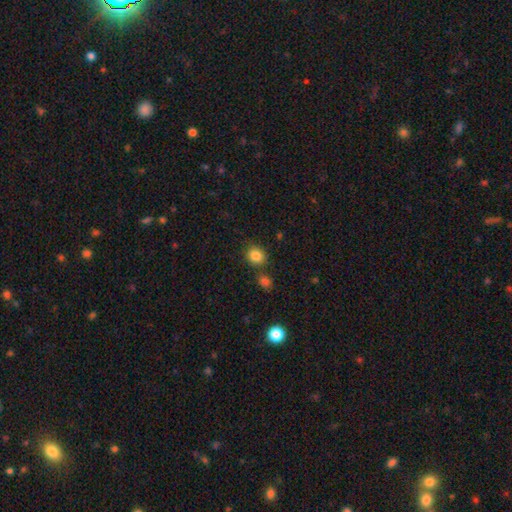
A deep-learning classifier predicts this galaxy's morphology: Smooth or featured: smooth — 84% (star or artifact — 11%)
How rounded: round — 79% (in between — 20%)
Merging: none — 77% (minor disturbance — 10%)